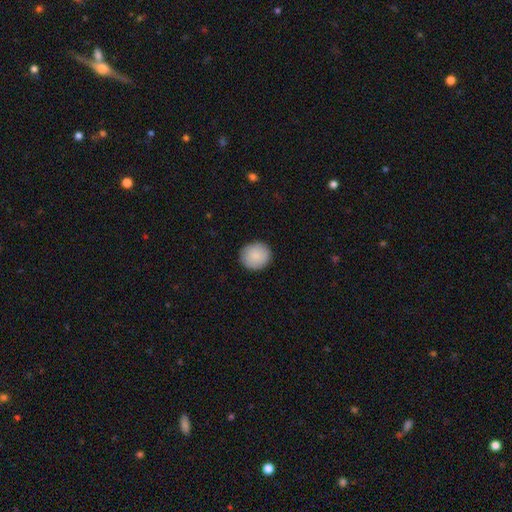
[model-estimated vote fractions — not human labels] Q: Smooth or featured?
A: smooth (90%); runner-up: star or artifact (6%)
Q: How rounded?
A: round (85%); runner-up: in between (14%)
Q: Merging?
A: none (90%); runner-up: minor disturbance (7%)